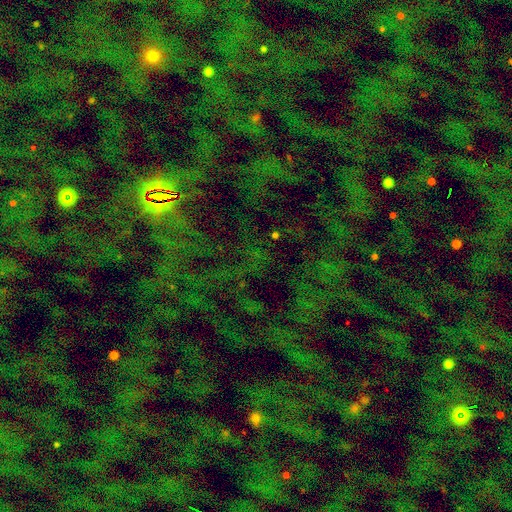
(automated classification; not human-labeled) Smooth or featured? Predicted: star or artifact (p=0.73).